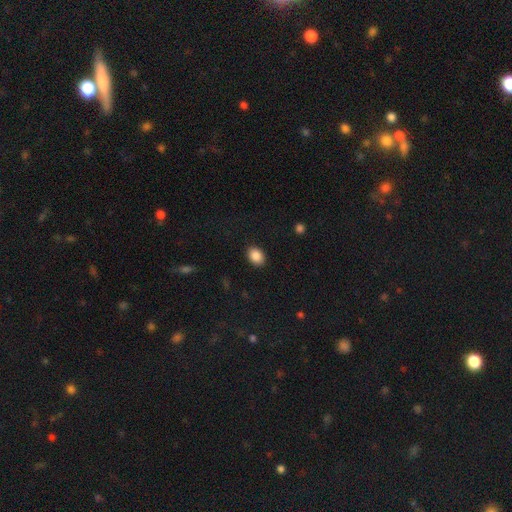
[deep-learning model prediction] Morphology: type=smooth (88%); roundness=in between (73%); merging=none (89%).